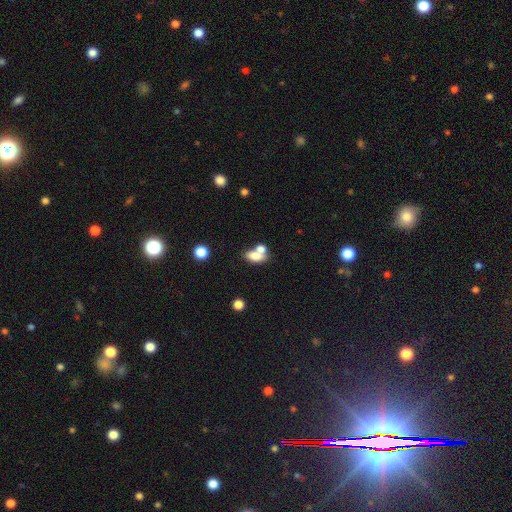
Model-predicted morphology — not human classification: The model was most divided on "merging": merger: 51%, none: 34%, minor disturbance: 10%, major disturbance: 5%. More confident: how rounded — in between (81%); smooth or featured — smooth (74%).